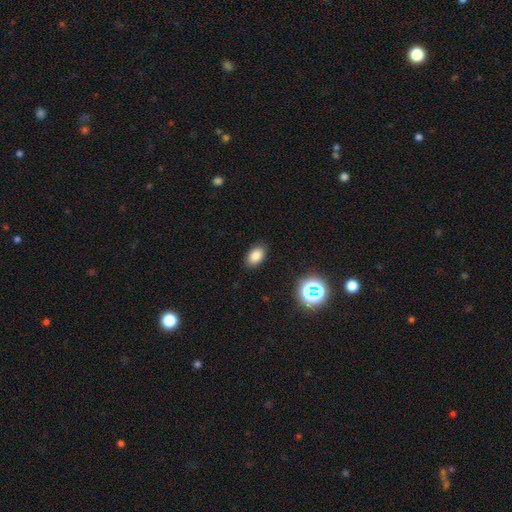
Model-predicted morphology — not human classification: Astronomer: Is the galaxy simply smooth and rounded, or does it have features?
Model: smooth — 83%.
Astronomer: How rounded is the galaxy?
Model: in between — 88%.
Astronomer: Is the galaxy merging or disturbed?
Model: none — 88%.